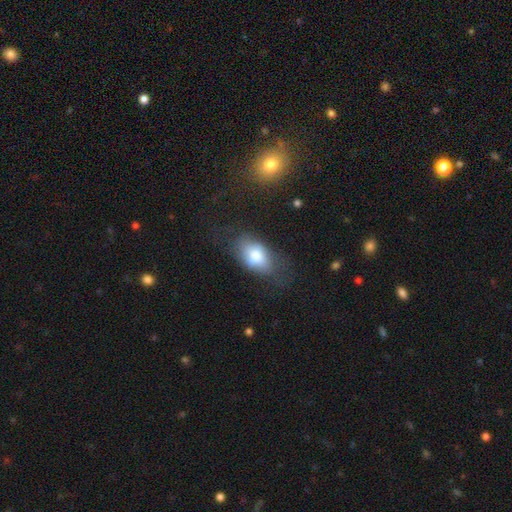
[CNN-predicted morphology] Overall: smooth (74%). How rounded: in between (89%). Merging: none (61%; minor disturbance 23%).